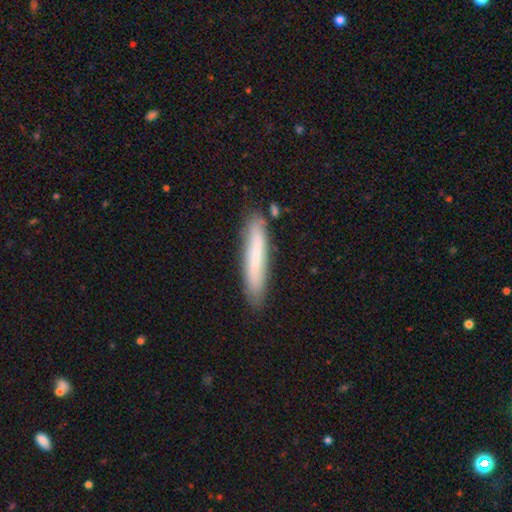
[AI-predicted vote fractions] Morphology: type=smooth (62%); roundness=cigar-shaped (90%); merging=none (81%).